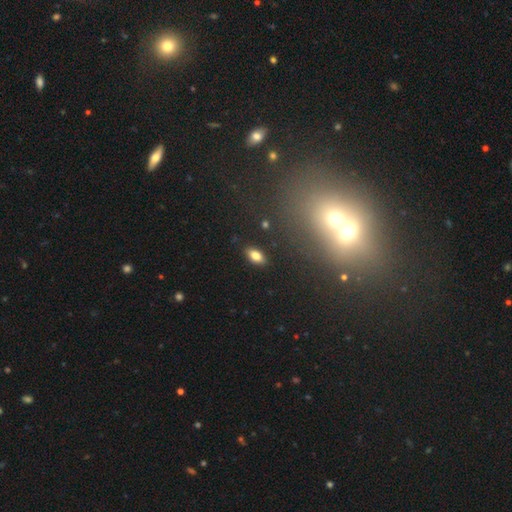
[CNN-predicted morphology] Overall: smooth (80%). How rounded: in between (90%). Merging: none (88%).